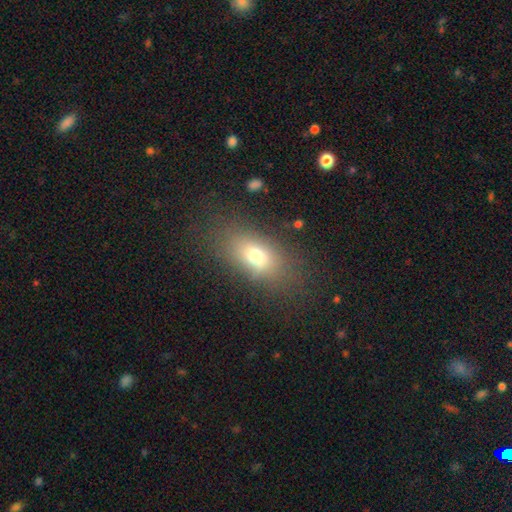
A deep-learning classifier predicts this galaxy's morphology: A smooth galaxy with no disk features (69%) that is in between round and cigar-shaped (80%). Merging: none (75%).